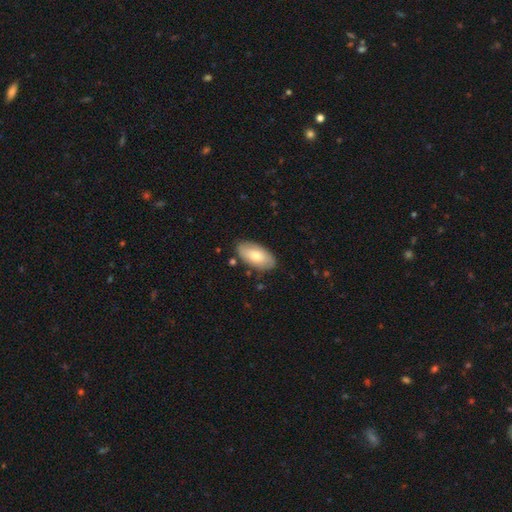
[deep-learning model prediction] A smooth galaxy with no disk features (72%) that is in between round and cigar-shaped (94%).

Vote fractions:
- Smooth or featured? smooth: 72% / featured or disk: 22% / star or artifact: 6%
- How rounded? in between: 94% / cigar-shaped: 3% / round: 3%
- Merging? none: 82% / minor disturbance: 13% / major disturbance: 3% / merger: 2%